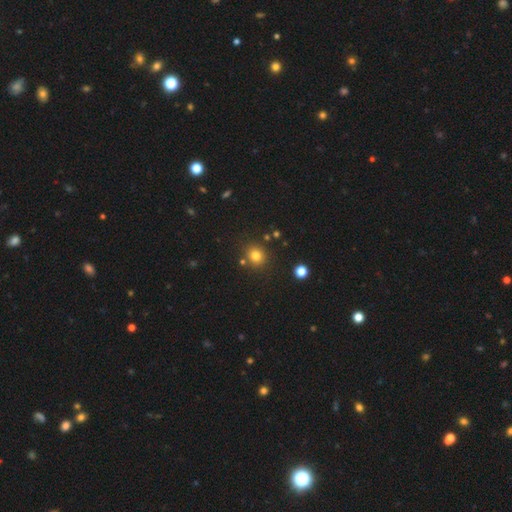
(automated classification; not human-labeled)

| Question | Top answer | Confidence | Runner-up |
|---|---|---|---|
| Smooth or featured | smooth | 79% | star or artifact (14%) |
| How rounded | round | 81% | in between (18%) |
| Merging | none | 83% | minor disturbance (8%) |